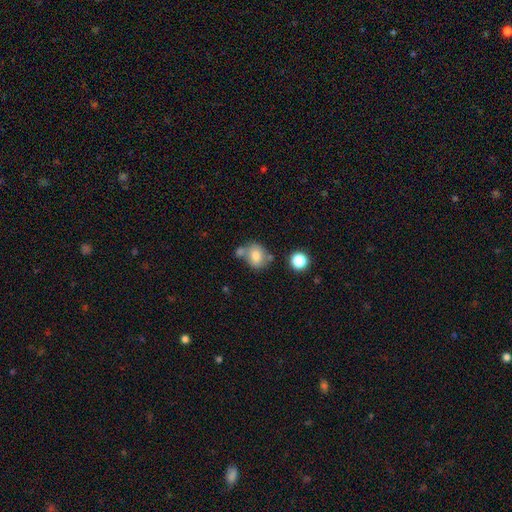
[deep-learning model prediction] The model was most divided on "merging": none: 48%, merger: 29%, minor disturbance: 16%, major disturbance: 7%. More confident: smooth or featured — smooth (74%); how rounded — round (59%).